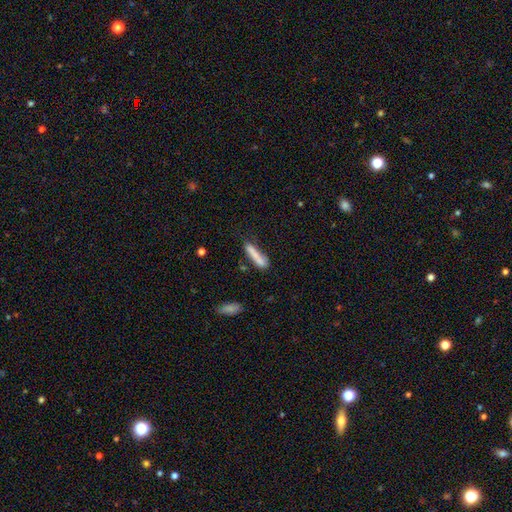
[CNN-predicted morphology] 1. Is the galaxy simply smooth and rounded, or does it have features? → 77% smooth, 15% featured or disk, 7% star or artifact.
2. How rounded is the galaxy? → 85% cigar-shaped, 13% in between, 2% round.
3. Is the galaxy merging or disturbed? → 60% none, 22% minor disturbance, 10% merger, 8% major disturbance.